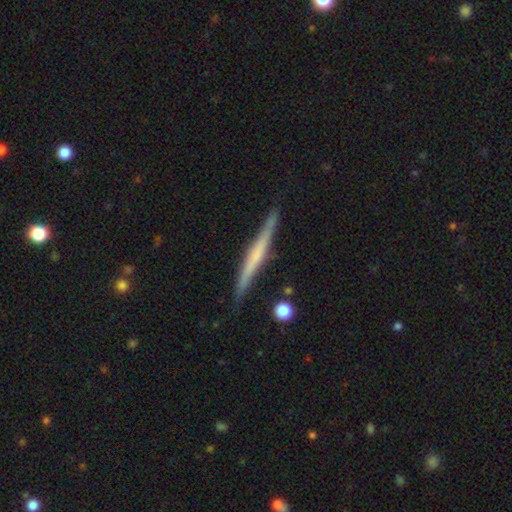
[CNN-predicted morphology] Smooth or featured?
  - featured or disk: 60% *
  - smooth: 35%
  - star or artifact: 5%
Edge-on disk?
  - yes: 97% *
  - no: 3%
Edge-on bulge?
  - none: 61% *
  - rounded: 26%
  - boxy: 13%
Merging?
  - none: 88% *
  - minor disturbance: 9%
  - major disturbance: 2%
  - merger: 2%